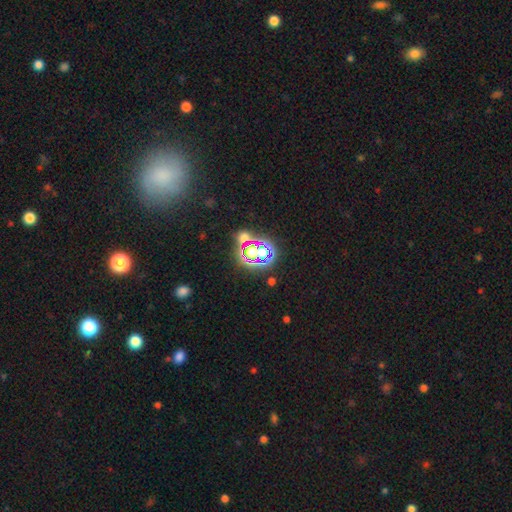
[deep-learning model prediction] Q: Smooth or featured?
A: star or artifact (63%); runner-up: smooth (24%)